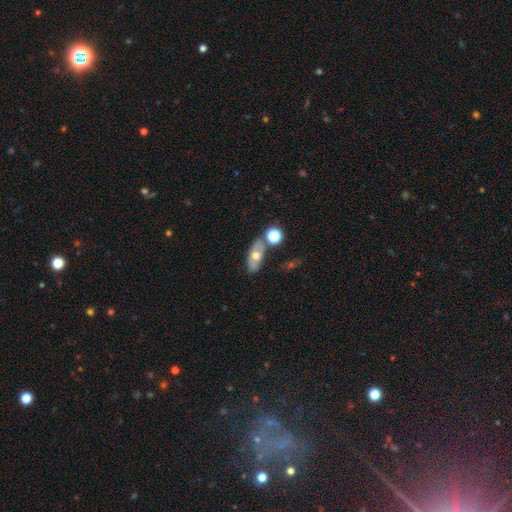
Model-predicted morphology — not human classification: Smooth or featured? Predicted: smooth (p=0.53). How rounded? Predicted: in between (p=0.79). Merging? Predicted: none (p=0.72).